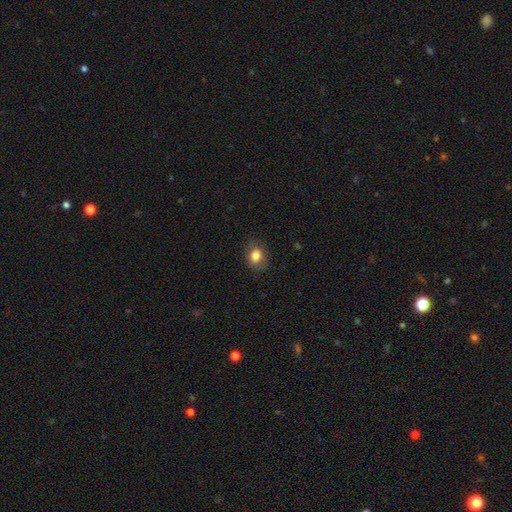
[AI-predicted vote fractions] Q: Smooth or featured?
A: smooth (82%); runner-up: star or artifact (9%)
Q: How rounded?
A: in between (55%); runner-up: round (44%)
Q: Merging?
A: none (80%); runner-up: minor disturbance (15%)